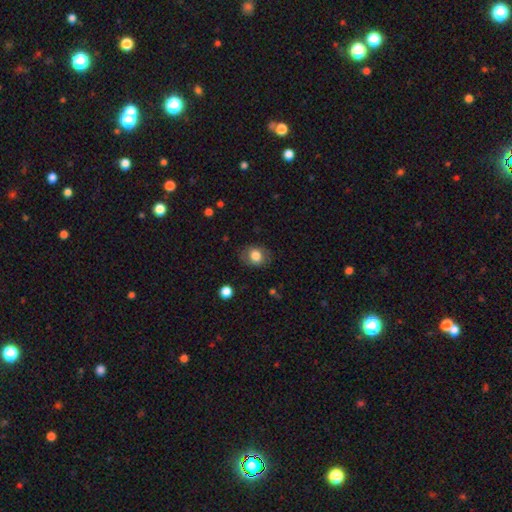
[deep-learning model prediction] Smooth or featured: smooth — 77% (featured or disk — 15%)
How rounded: in between — 50% (round — 49%)
Merging: none — 78% (minor disturbance — 15%)